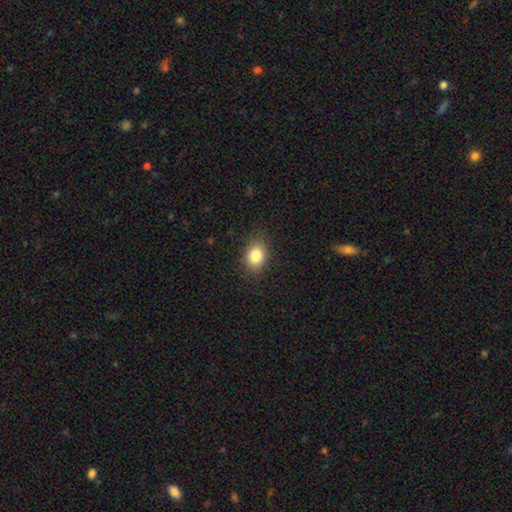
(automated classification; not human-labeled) Smooth or featured?
  - smooth: 84% *
  - star or artifact: 10%
  - featured or disk: 7%
How rounded?
  - in between: 64% *
  - round: 35%
  - cigar-shaped: 1%
Merging?
  - none: 87% *
  - minor disturbance: 10%
  - major disturbance: 3%
  - merger: 1%